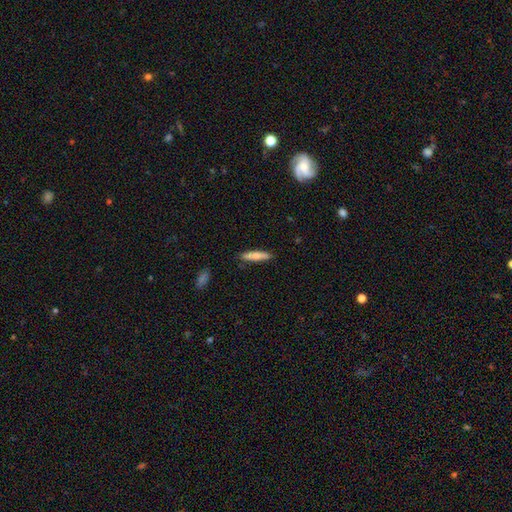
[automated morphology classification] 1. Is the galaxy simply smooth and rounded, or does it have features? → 72% smooth, 22% featured or disk, 6% star or artifact.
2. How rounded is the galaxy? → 82% cigar-shaped, 16% in between, 2% round.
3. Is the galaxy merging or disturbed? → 88% none, 9% minor disturbance, 2% major disturbance, 1% merger.